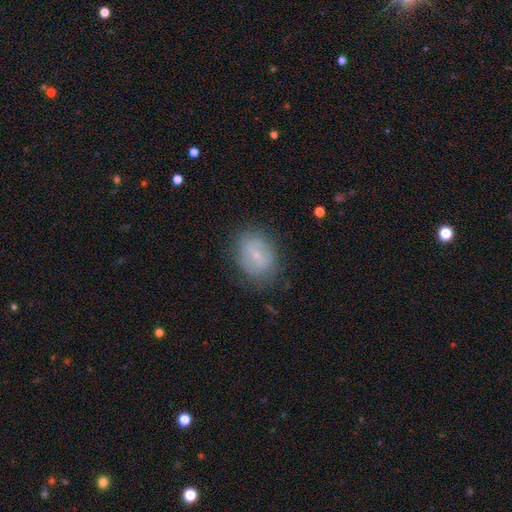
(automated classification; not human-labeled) Smooth or featured? smooth (49%)
Merging? none (76%)